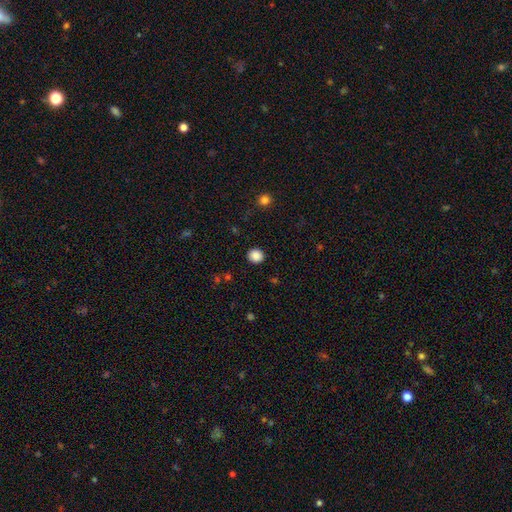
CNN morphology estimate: smooth-or-featured: smooth: 87% | star or artifact: 10% | featured or disk: 3%
  how-rounded: round: 86% | in between: 13% | cigar-shaped: 1%
  merging: none: 92% | minor disturbance: 5% | major disturbance: 2% | merger: 1%